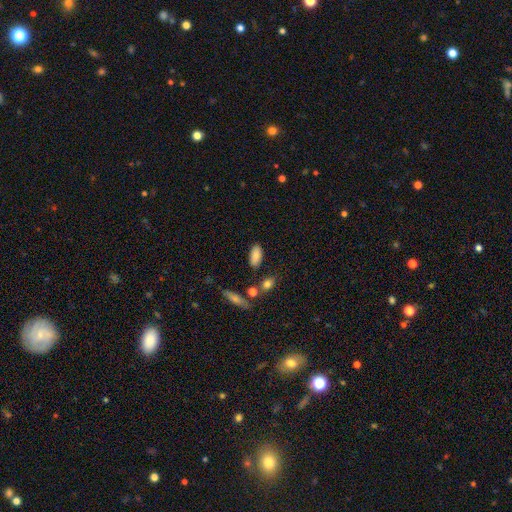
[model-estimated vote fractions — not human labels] smooth_or_featured: smooth (p=0.86) [alt: star or artifact p=0.08]
how_rounded: in between (p=0.90) [alt: cigar-shaped p=0.07]
merging: none (p=0.79) [alt: minor disturbance p=0.13]